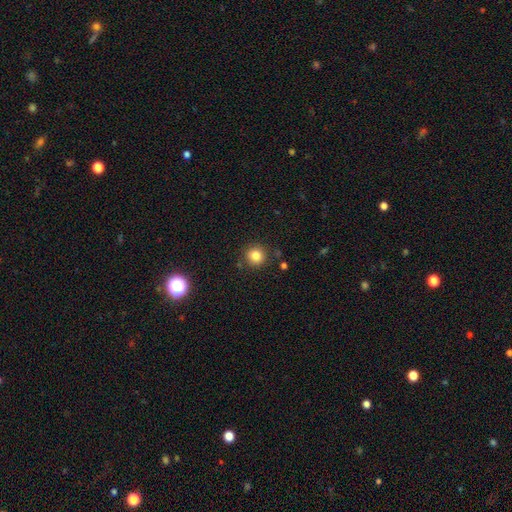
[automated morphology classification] Q: Smooth or featured?
A: smooth (82%); runner-up: star or artifact (12%)
Q: How rounded?
A: round (93%); runner-up: in between (6%)
Q: Merging?
A: none (86%); runner-up: minor disturbance (8%)